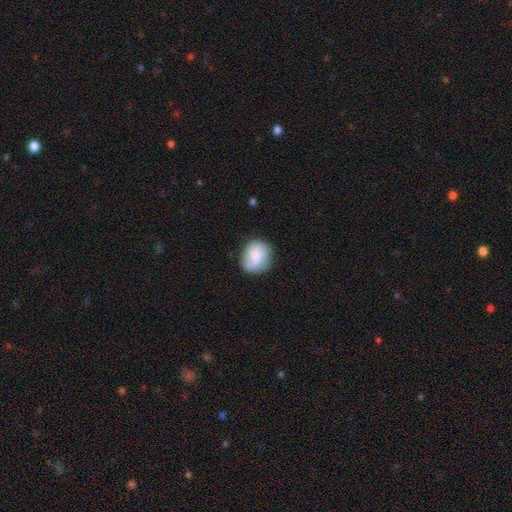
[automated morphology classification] Smooth or featured? Predicted: smooth (p=0.67). How rounded? Predicted: round (p=0.66). Merging? Predicted: none (p=0.68).